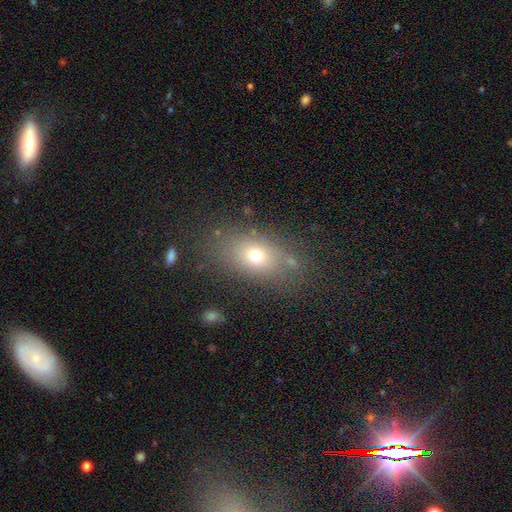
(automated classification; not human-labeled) Smooth or featured?
  - smooth: 69% *
  - featured or disk: 16%
  - star or artifact: 15%
How rounded?
  - in between: 76% *
  - round: 19%
  - cigar-shaped: 4%
Merging?
  - none: 77% *
  - minor disturbance: 13%
  - major disturbance: 6%
  - merger: 4%